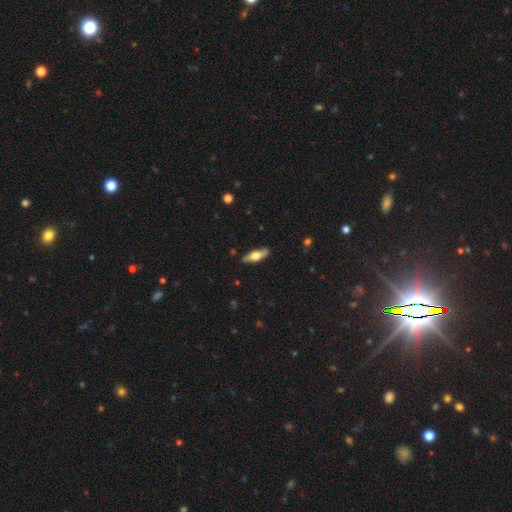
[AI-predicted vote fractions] This is possibly a smooth galaxy (50%). Merging: clearly none (87%).